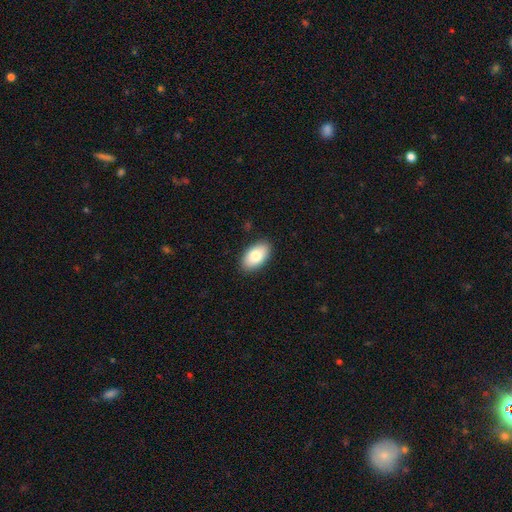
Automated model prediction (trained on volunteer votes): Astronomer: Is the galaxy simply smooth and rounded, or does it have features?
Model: smooth — 83%.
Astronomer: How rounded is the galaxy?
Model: in between — 94%.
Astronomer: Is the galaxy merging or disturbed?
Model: none — 88%.